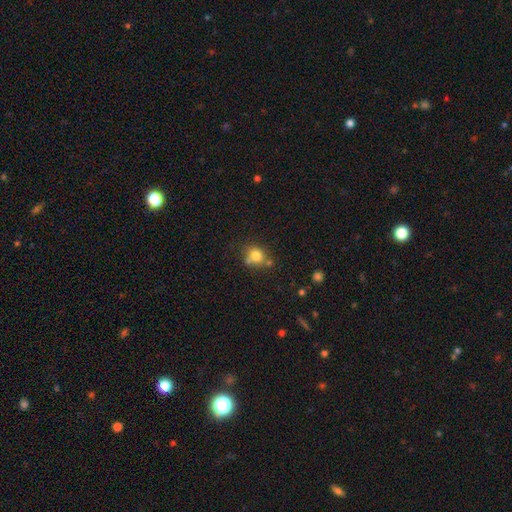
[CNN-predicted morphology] Smooth or featured: smooth — 78% (star or artifact — 12%)
How rounded: round — 74% (in between — 25%)
Merging: none — 58% (merger — 20%)